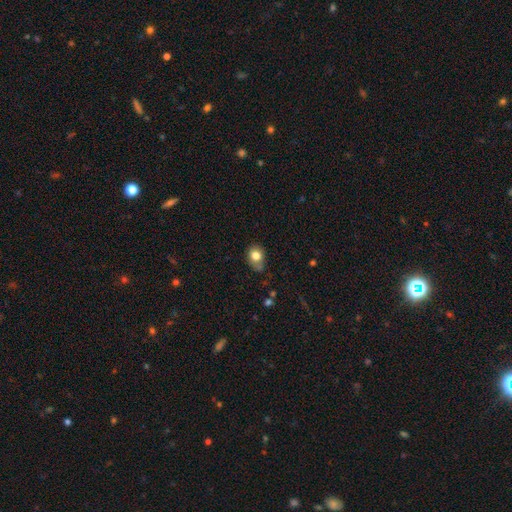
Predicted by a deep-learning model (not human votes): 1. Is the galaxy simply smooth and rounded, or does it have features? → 79% smooth, 11% featured or disk, 10% star or artifact.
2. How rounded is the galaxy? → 52% in between, 47% round, 1% cigar-shaped.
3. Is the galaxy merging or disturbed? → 59% none, 30% minor disturbance, 7% major disturbance, 4% merger.